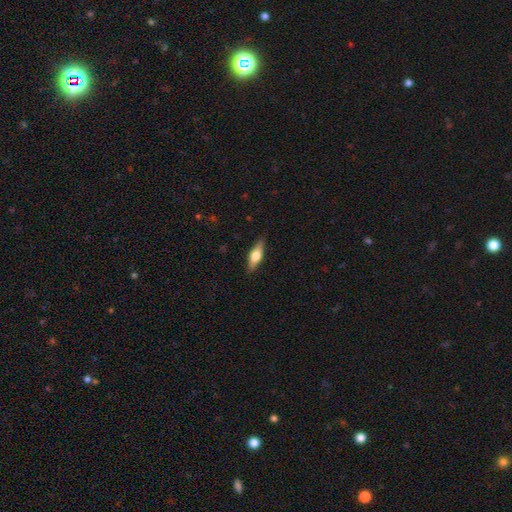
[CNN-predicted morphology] Smooth or featured? featured or disk (48%)
Merging? none (88%)